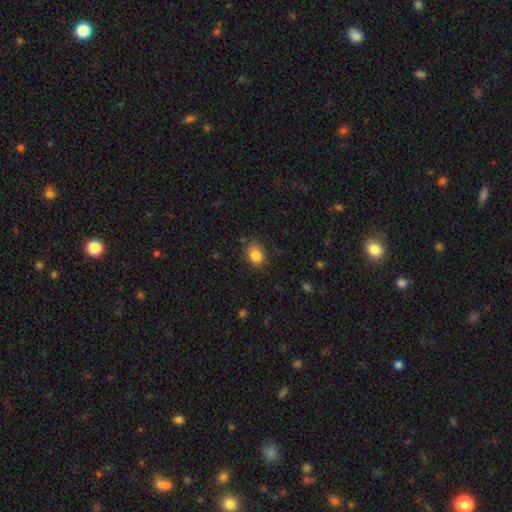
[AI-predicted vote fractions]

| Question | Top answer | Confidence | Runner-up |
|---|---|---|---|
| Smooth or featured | smooth | 84% | star or artifact (10%) |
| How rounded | in between | 72% | round (27%) |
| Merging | none | 74% | minor disturbance (19%) |